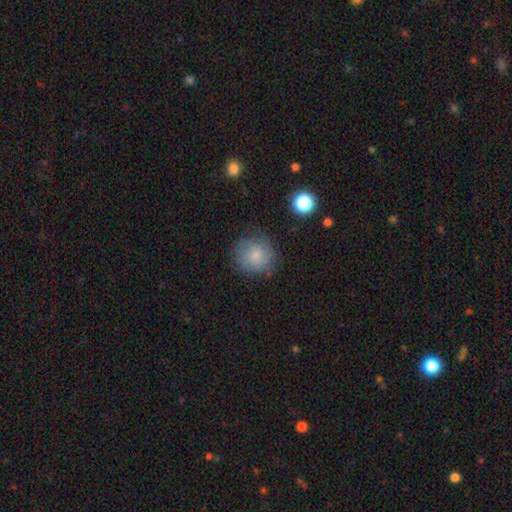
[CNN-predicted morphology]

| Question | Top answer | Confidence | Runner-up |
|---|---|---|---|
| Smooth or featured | smooth | 72% | featured or disk (19%) |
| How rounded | round | 89% | in between (11%) |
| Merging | none | 69% | minor disturbance (21%) |